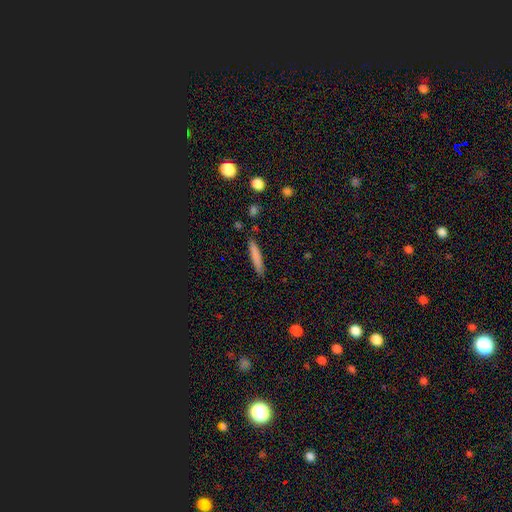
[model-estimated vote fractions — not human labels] Smooth or featured?
  - smooth: 78% *
  - featured or disk: 15%
  - star or artifact: 7%
How rounded?
  - cigar-shaped: 93% *
  - in between: 6%
  - round: 1%
Merging?
  - none: 87% *
  - minor disturbance: 10%
  - major disturbance: 2%
  - merger: 2%